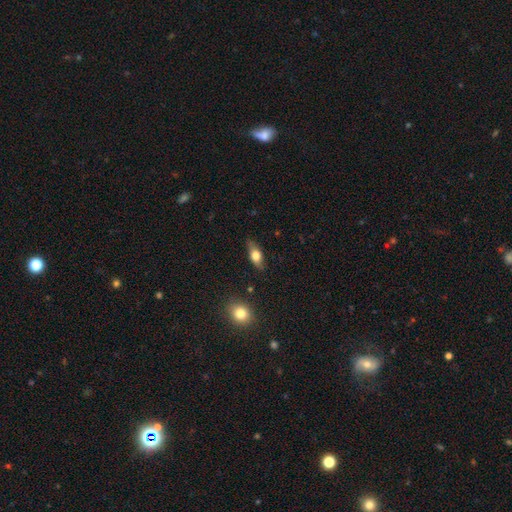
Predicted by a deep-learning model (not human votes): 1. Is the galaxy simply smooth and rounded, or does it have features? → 60% smooth, 33% featured or disk, 7% star or artifact.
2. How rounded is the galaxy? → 72% in between, 20% cigar-shaped, 8% round.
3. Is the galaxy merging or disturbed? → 79% none, 16% minor disturbance, 4% major disturbance, 2% merger.